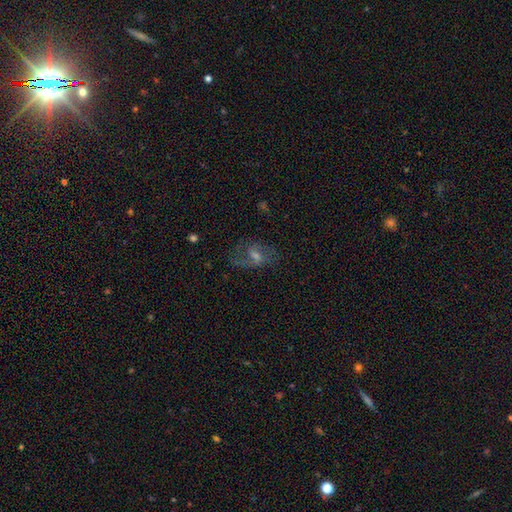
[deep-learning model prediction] This is likely a featured or disk galaxy (67%). It is clearly not viewed edge-on (95%). Bar: possibly weak (53%). Spiral arm pattern: clearly yes (86%). Spiral arm count: likely 2 (69%). Spiral winding: marginally medium (43%, tied with loose). Central bulge: marginally moderate (43%). Merging: likely none (63%).